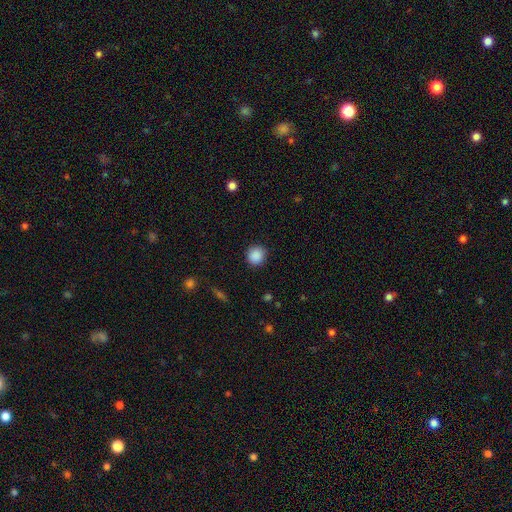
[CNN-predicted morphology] type=smooth (88%); roundness=round (91%); merging=none (90%).